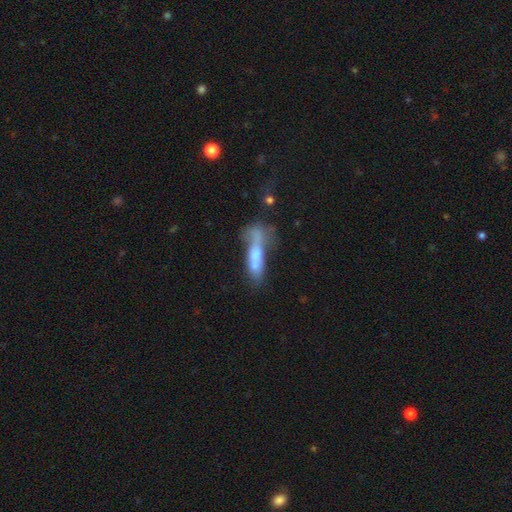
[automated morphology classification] This appears to be a smooth galaxy with no disk features (53%) that is cigar-shaped (54%). Merging: merger (43%).